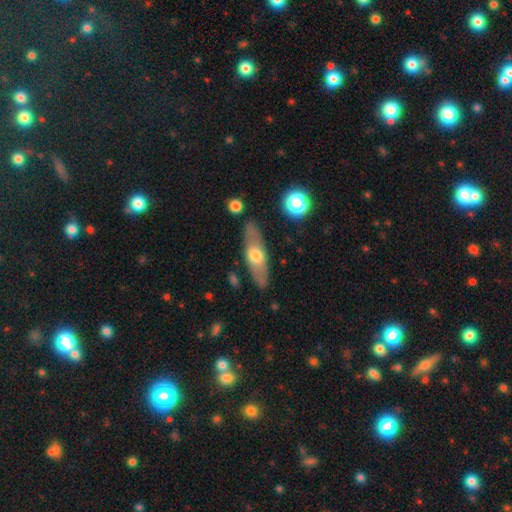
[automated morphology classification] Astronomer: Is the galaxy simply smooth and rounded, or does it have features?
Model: smooth — 50% (runner-up: featured or disk, 44%).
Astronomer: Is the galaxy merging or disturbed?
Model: none — 82%.